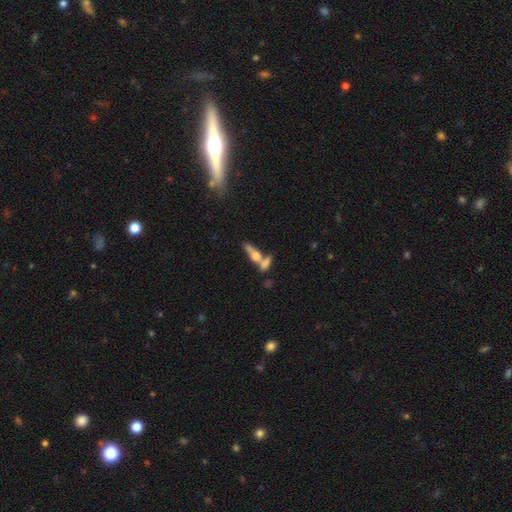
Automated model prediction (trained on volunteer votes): The model was most divided on "smooth or featured": featured or disk: 48%, smooth: 41%, star or artifact: 11%. More confident: merging — merger (50%).